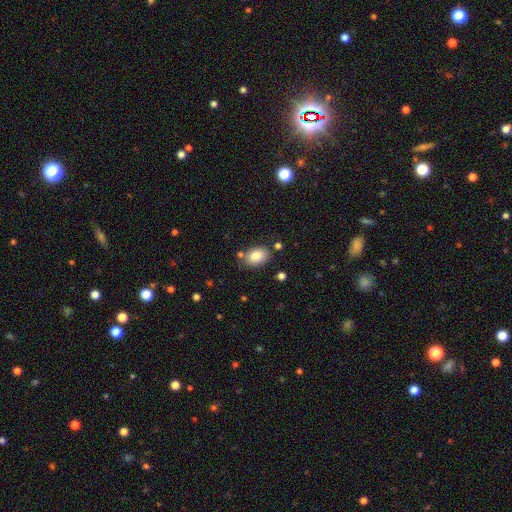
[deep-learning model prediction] smooth 84%, star or artifact 8%, featured or disk 8%. Down the decision tree: how rounded — in between (82%); merging — none (76%).